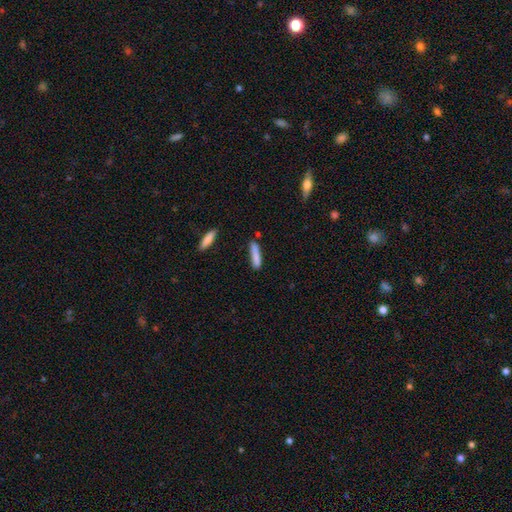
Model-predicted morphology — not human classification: This appears to be a smooth galaxy with no disk features (84%) that is cigar-shaped (83%). Merging: none (76%).